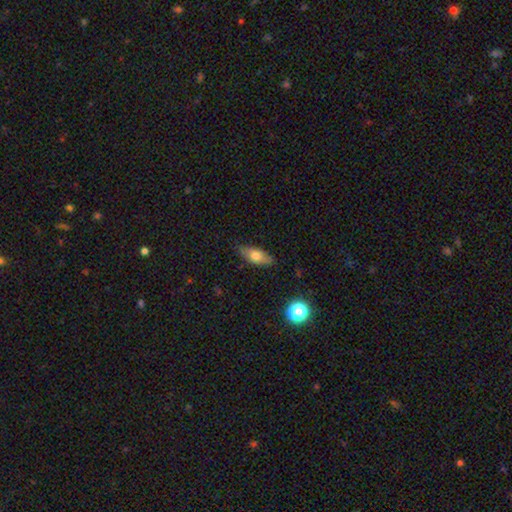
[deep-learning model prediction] A smooth galaxy with no disk features (67%) that is in between round and cigar-shaped (76%).

Vote fractions:
- Smooth or featured? smooth: 67% / featured or disk: 24% / star or artifact: 8%
- How rounded? in between: 76% / cigar-shaped: 20% / round: 4%
- Merging? none: 79% / minor disturbance: 16% / major disturbance: 3% / merger: 1%